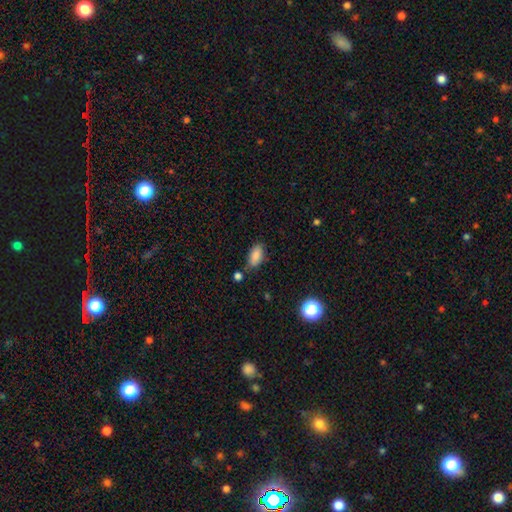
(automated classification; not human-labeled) Smooth or featured?
  - smooth: 86% *
  - star or artifact: 9%
  - featured or disk: 5%
How rounded?
  - in between: 91% *
  - cigar-shaped: 6%
  - round: 4%
Merging?
  - none: 69% *
  - minor disturbance: 19%
  - merger: 8%
  - major disturbance: 4%